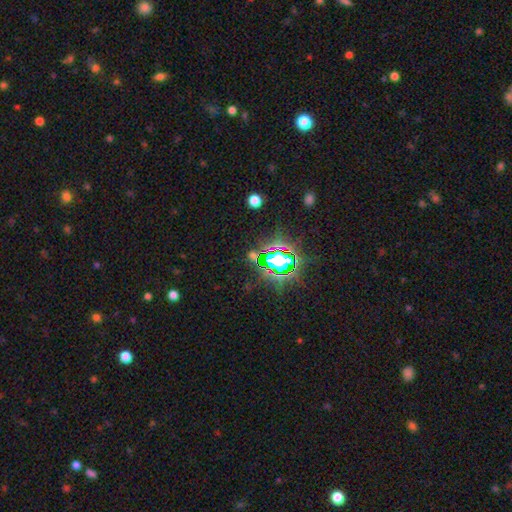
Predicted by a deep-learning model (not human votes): Q: Smooth or featured?
A: star or artifact (78%); runner-up: smooth (13%)